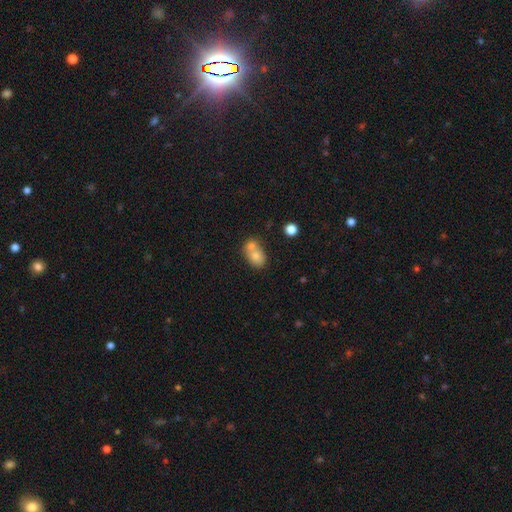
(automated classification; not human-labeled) This appears to be a smooth galaxy with no disk features (75%) that is in between round and cigar-shaped (67%). Merging: merger (60%).